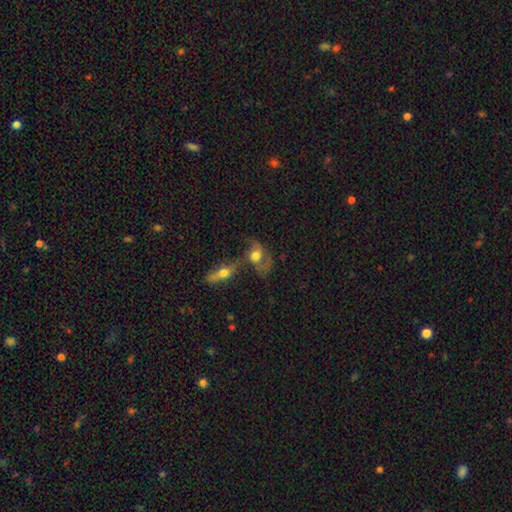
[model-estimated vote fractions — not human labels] A featured or disk galaxy (53%). Merging: merger (46%).